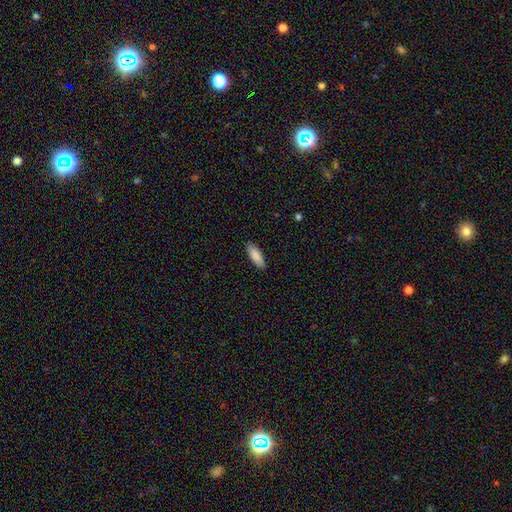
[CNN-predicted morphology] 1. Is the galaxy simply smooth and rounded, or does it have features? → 88% smooth, 6% featured or disk, 6% star or artifact.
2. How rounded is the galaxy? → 70% in between, 29% cigar-shaped, 2% round.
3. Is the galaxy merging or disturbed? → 88% none, 9% minor disturbance, 2% major disturbance, 1% merger.